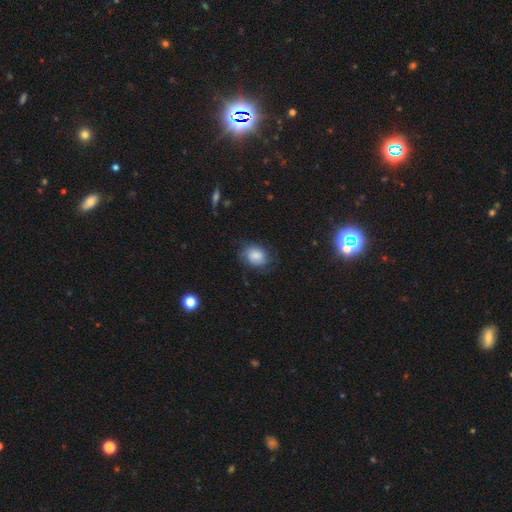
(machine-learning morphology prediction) This is likely a smooth galaxy (80%). How rounded: likely in between (61%). Merging: likely none (69%).